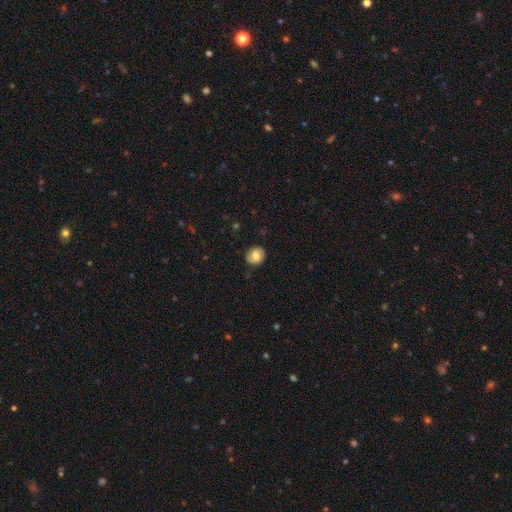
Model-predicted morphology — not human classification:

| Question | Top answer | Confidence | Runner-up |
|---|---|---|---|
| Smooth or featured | smooth | 65% | featured or disk (26%) |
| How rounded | round | 77% | in between (22%) |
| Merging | none | 84% | minor disturbance (12%) |